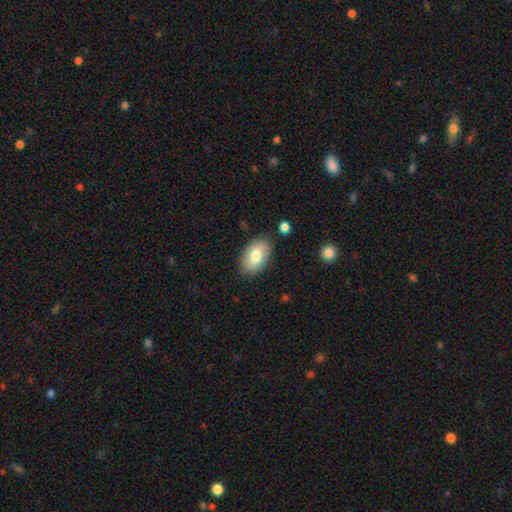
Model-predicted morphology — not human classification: A smooth galaxy with no disk features (75%) that is in between round and cigar-shaped (92%).

Vote fractions:
- Smooth or featured? smooth: 75% / featured or disk: 18% / star or artifact: 6%
- How rounded? in between: 92% / round: 7% / cigar-shaped: 1%
- Merging? none: 84% / minor disturbance: 11% / major disturbance: 3% / merger: 2%